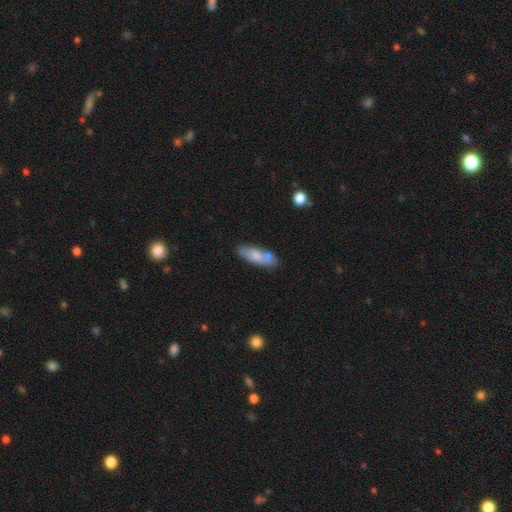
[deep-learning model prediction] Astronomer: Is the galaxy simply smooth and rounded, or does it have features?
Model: smooth — 69%.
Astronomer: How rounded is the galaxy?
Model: in between — 65%.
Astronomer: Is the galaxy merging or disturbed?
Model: none — 60%.